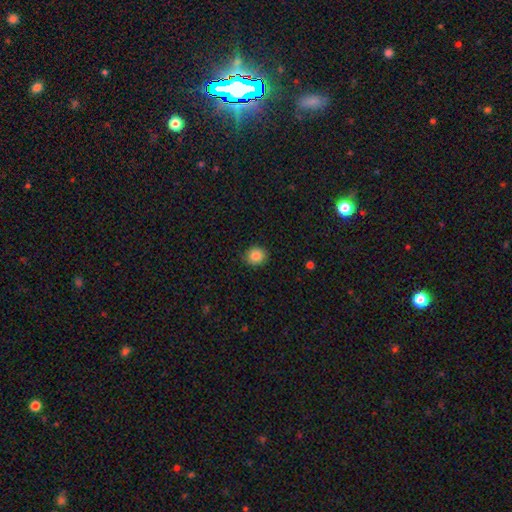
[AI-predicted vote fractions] Smooth or featured? Predicted: smooth (p=0.85). How rounded? Predicted: round (p=0.82). Merging? Predicted: none (p=0.88).